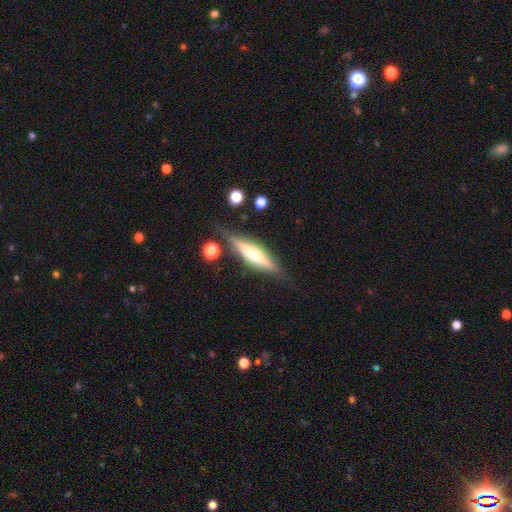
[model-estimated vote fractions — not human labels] Smooth or featured?
  - featured or disk: 61% *
  - smooth: 33%
  - star or artifact: 6%
Edge-on disk?
  - yes: 94% *
  - no: 6%
Edge-on bulge?
  - rounded: 64% *
  - none: 19%
  - boxy: 17%
Merging?
  - none: 80% *
  - minor disturbance: 14%
  - major disturbance: 4%
  - merger: 3%